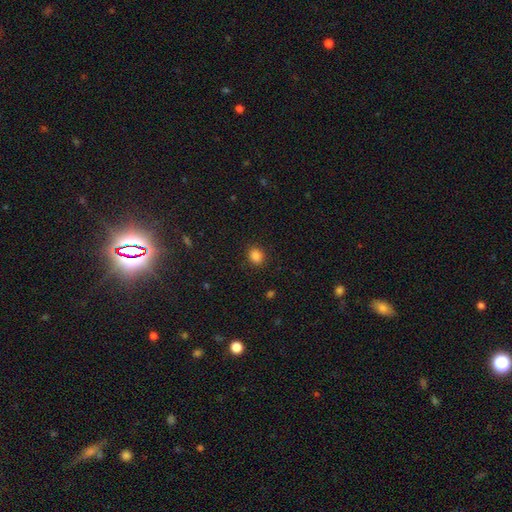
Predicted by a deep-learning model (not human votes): Q: Smooth or featured?
A: smooth (86%); runner-up: star or artifact (11%)
Q: How rounded?
A: round (58%); runner-up: in between (41%)
Q: Merging?
A: none (88%); runner-up: minor disturbance (8%)